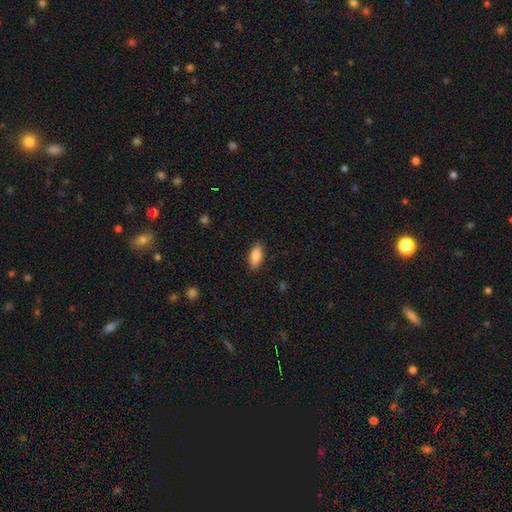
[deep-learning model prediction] Smooth or featured? smooth (86%)
How rounded? in between (81%)
Merging? none (88%)